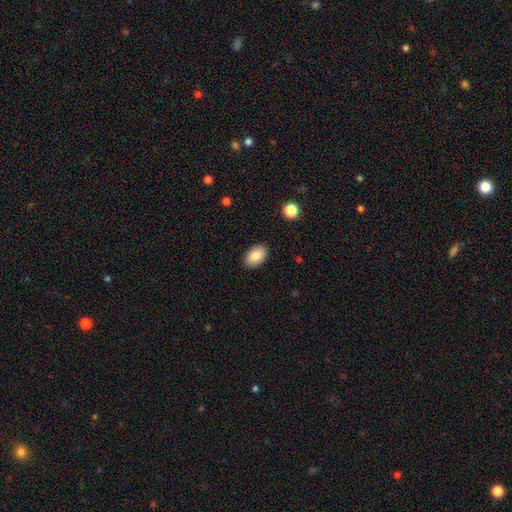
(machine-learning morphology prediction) A smooth galaxy with no disk features (85%) that is in between round and cigar-shaped (90%).

Vote fractions:
- Smooth or featured? smooth: 85% / featured or disk: 7% / star or artifact: 7%
- How rounded? in between: 90% / round: 9% / cigar-shaped: 1%
- Merging? none: 88% / minor disturbance: 8% / major disturbance: 2% / merger: 1%